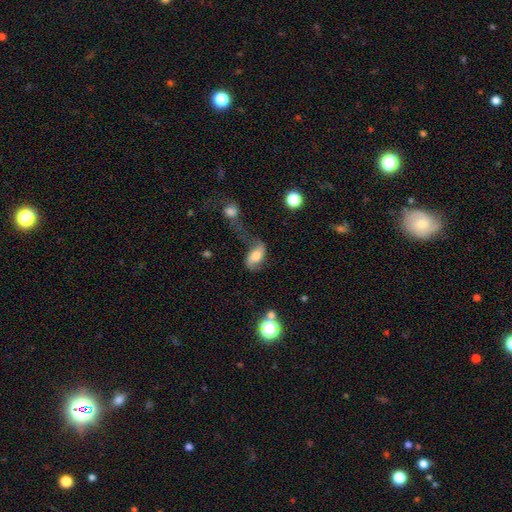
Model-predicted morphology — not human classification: Smooth or featured? Predicted: featured or disk (p=0.54). Edge-on disk? Predicted: no (p=0.94). Bar? Predicted: no (p=0.52). Spiral arms? Predicted: yes (p=0.86). Bulge size? Predicted: large (p=0.36). Merging? Predicted: none (p=0.35).